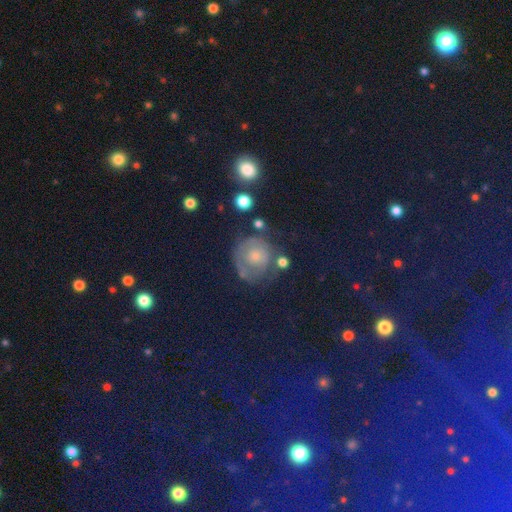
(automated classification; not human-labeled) Smooth or featured? Predicted: smooth (p=0.39). Merging? Predicted: none (p=0.59).